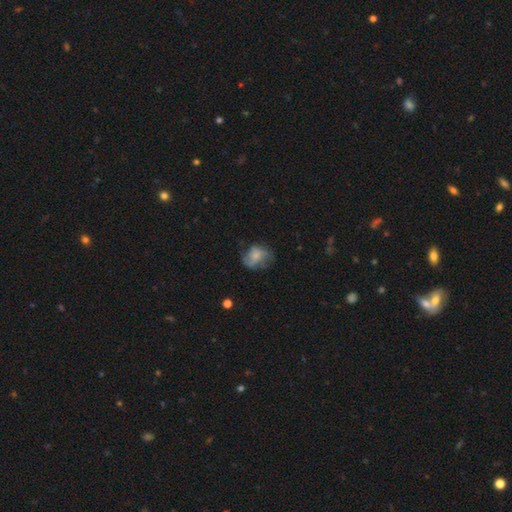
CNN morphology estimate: Smooth or featured? Predicted: smooth (p=0.58). How rounded? Predicted: in between (p=0.51). Merging? Predicted: none (p=0.48).